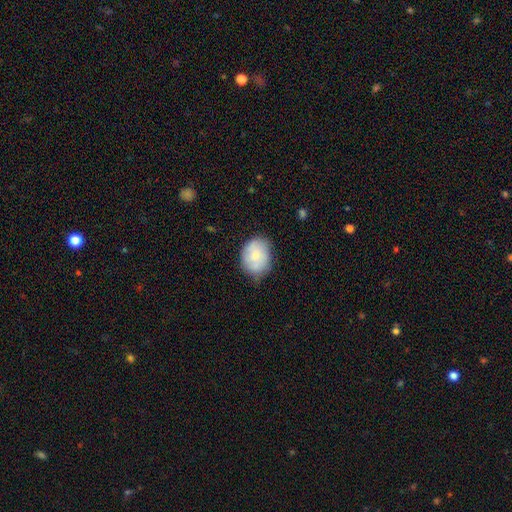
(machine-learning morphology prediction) A smooth galaxy with no disk features (73%) that is in between round and cigar-shaped (54%). Merging: none (66%).